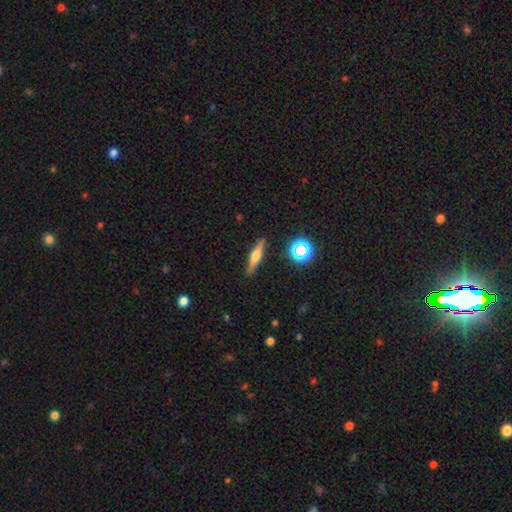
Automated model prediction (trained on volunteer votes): Smooth or featured: featured or disk — 53% (smooth — 37%)
Edge-on disk: yes — 95% (no — 5%)
Edge-on bulge: rounded — 83% (boxy — 12%)
Merging: none — 89% (minor disturbance — 8%)